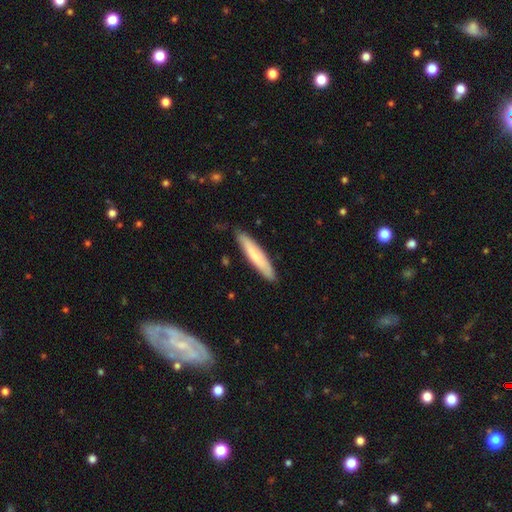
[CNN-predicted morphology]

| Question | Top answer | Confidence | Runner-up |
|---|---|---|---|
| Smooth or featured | smooth | 73% | featured or disk (22%) |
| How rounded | cigar-shaped | 89% | in between (10%) |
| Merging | none | 84% | minor disturbance (13%) |